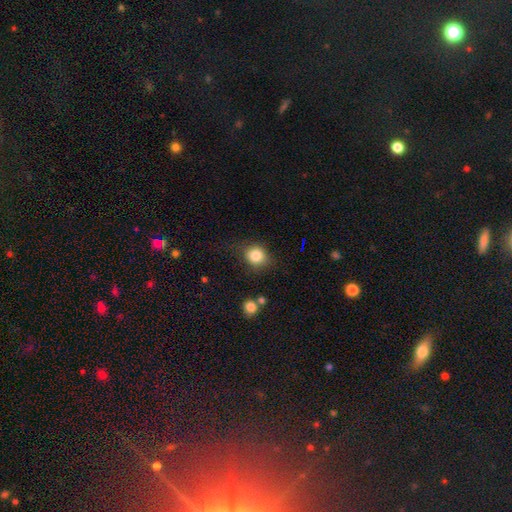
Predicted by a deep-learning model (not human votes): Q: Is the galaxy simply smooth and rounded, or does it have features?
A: smooth — 84%.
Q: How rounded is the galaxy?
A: round — 76%.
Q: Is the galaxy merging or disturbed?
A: none — 74%.